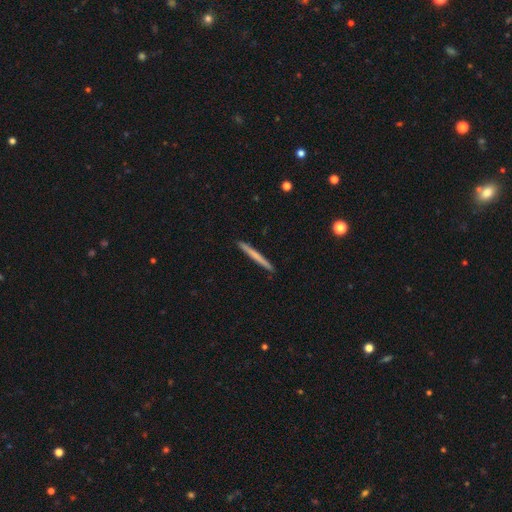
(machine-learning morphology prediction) This is likely a smooth galaxy (61%). How rounded: clearly cigar-shaped (97%). Merging: clearly none (92%).